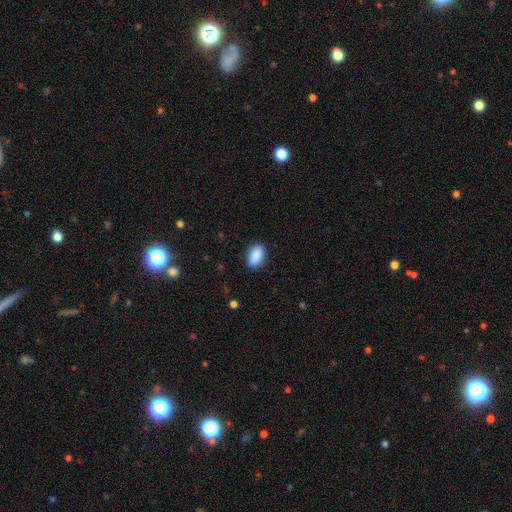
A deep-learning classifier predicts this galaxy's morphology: The model was most divided on "merging": none: 87%, minor disturbance: 9%, major disturbance: 2%, merger: 1%. More confident: how rounded — in between (91%); smooth or featured — smooth (89%).